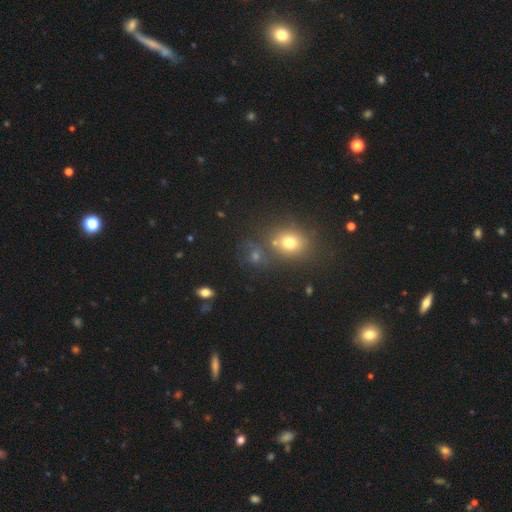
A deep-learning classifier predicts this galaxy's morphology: Smooth or featured: smooth — 54% (star or artifact — 33%)
How rounded: round — 71% (in between — 27%)
Merging: none — 61% (merger — 22%)